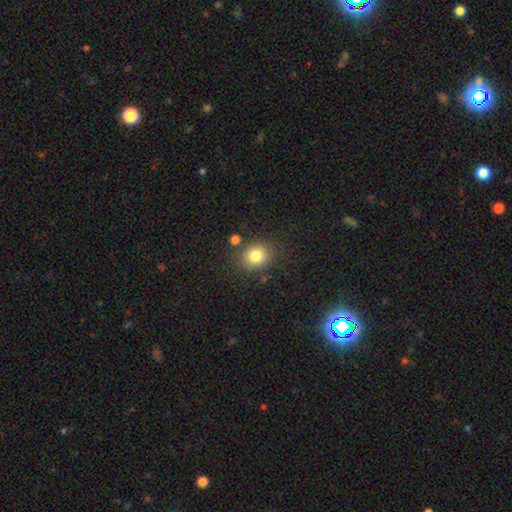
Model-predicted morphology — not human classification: Q: Smooth or featured?
A: smooth (81%); runner-up: star or artifact (12%)
Q: How rounded?
A: round (69%); runner-up: in between (30%)
Q: Merging?
A: none (80%); runner-up: minor disturbance (11%)